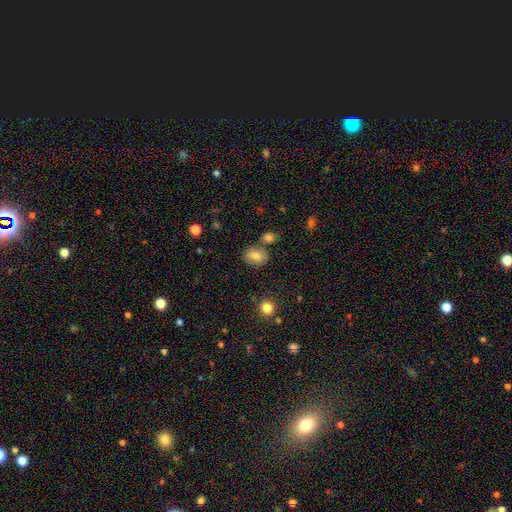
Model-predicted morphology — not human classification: Q: Smooth or featured?
A: smooth (76%); runner-up: featured or disk (14%)
Q: How rounded?
A: in between (66%); runner-up: round (33%)
Q: Merging?
A: none (66%); runner-up: minor disturbance (16%)